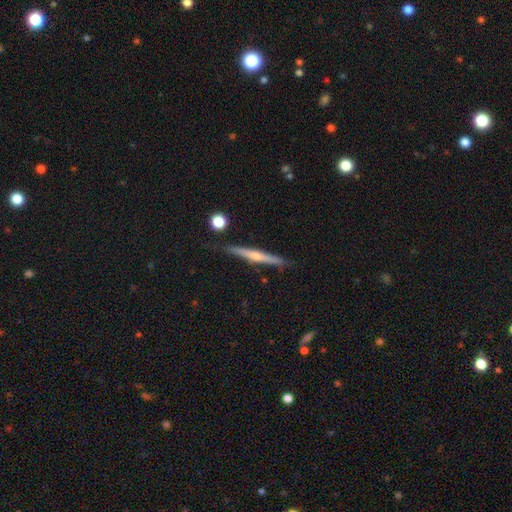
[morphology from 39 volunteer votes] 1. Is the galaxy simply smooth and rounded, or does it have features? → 87% featured or disk, 8% smooth, 5% star or artifact.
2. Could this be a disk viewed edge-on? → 100% yes, 0% no.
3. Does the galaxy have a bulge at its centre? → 91% rounded, 9% none, 0% boxy.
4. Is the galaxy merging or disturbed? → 86% none, 8% minor disturbance, 3% major disturbance, 3% merger.